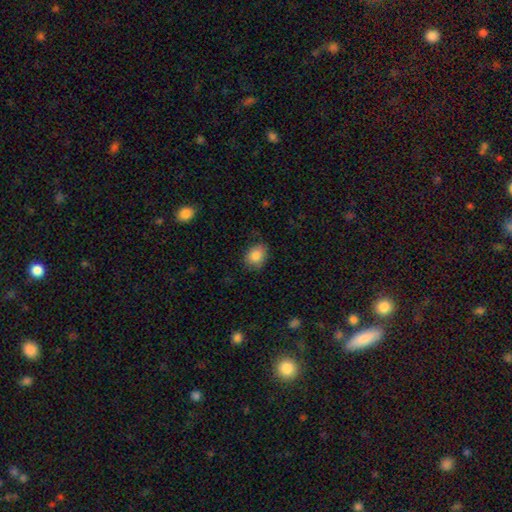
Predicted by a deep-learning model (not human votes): Smooth or featured? smooth (85%)
How rounded? in between (57%)
Merging? none (74%)